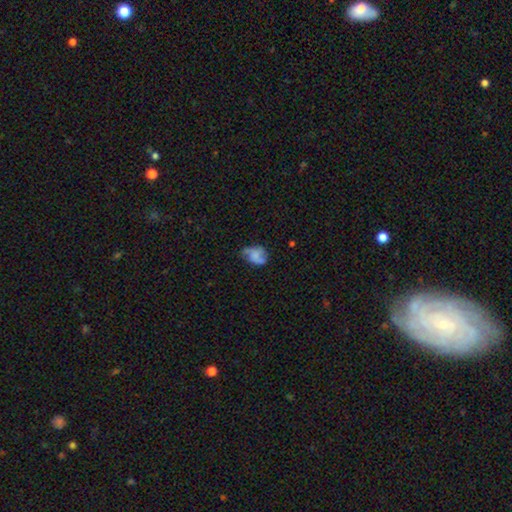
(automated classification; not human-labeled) Q: Smooth or featured?
A: smooth (51%); runner-up: featured or disk (39%)
Q: How rounded?
A: in between (62%); runner-up: round (37%)
Q: Merging?
A: none (44%); runner-up: minor disturbance (32%)